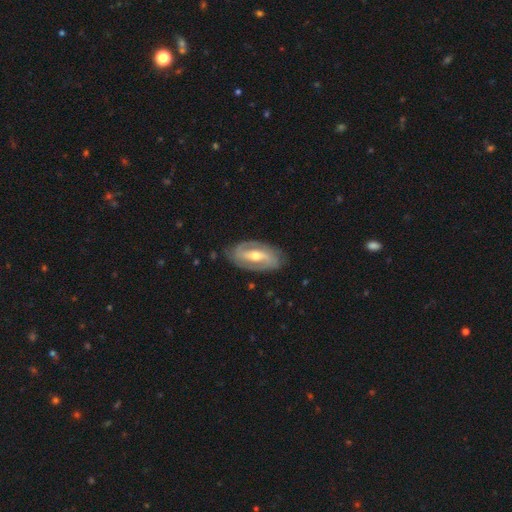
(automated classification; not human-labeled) This appears to be a featured or disk galaxy (85%) with a strong bar (45%), 2 (87%) medium (43%) spiral arms (92%) and a moderate central bulge (64%). Merging: none (82%).